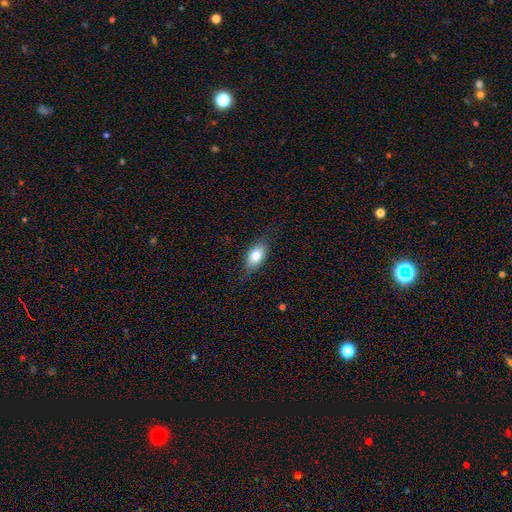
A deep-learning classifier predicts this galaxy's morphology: The model was most divided on "smooth or featured": smooth: 76%, featured or disk: 17%, star or artifact: 7%. More confident: how rounded — in between (86%); merging — none (77%).